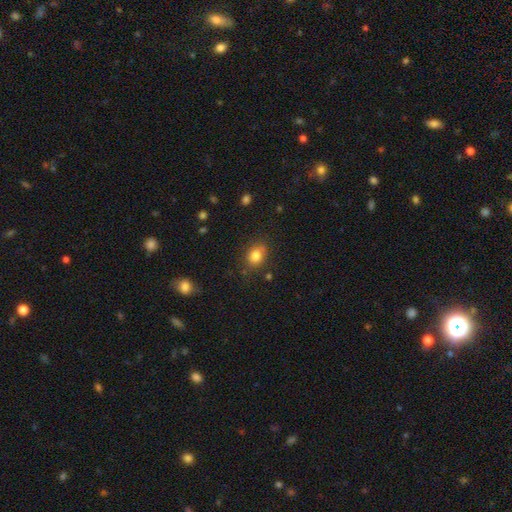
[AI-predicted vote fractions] Smooth or featured? Predicted: smooth (p=0.81). How rounded? Predicted: in between (p=0.53). Merging? Predicted: none (p=0.76).